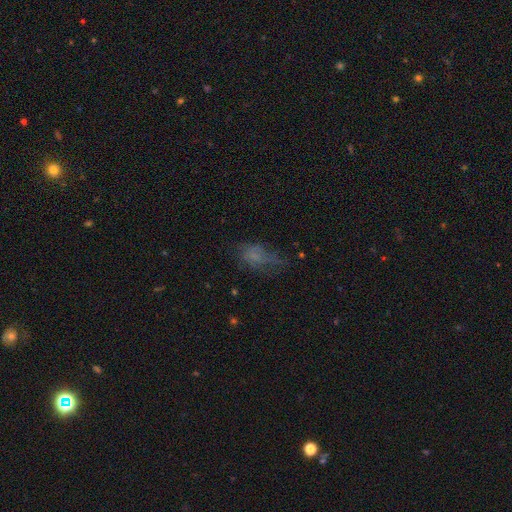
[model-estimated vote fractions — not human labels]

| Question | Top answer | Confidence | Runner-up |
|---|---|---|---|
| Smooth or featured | smooth | 52% | featured or disk (29%) |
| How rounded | in between | 82% | round (11%) |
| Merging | none | 39% | major disturbance (32%) |